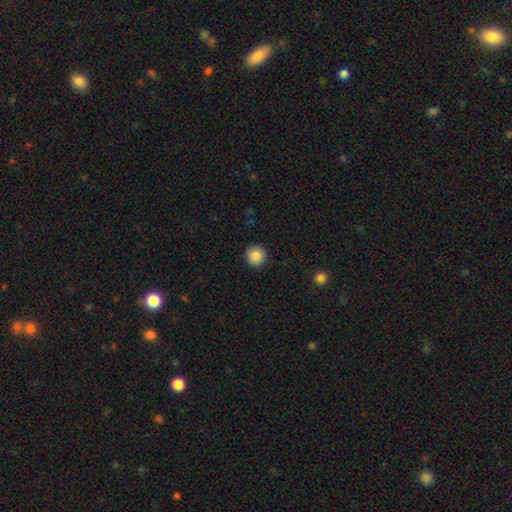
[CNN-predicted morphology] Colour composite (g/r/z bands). It shows a smooth galaxy with no disk features (83%) that is round (95%). Merging: none (91%).